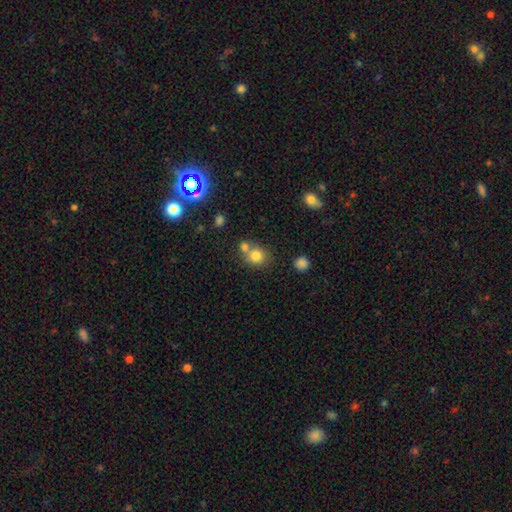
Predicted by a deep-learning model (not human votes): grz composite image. It shows a smooth galaxy with no disk features (78%) that is round (81%). Merging: none (52%).